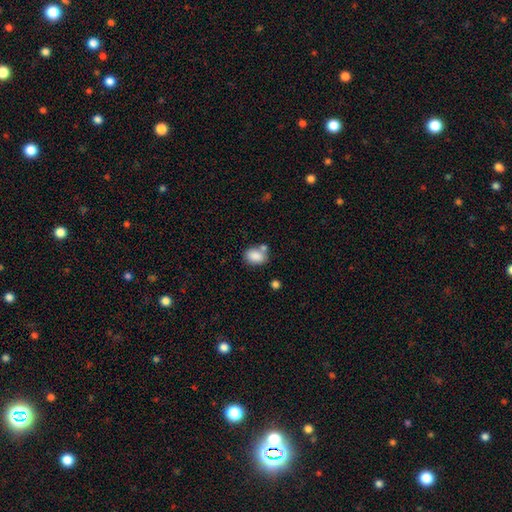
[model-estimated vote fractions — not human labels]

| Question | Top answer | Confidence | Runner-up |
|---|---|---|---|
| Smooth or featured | smooth | 86% | star or artifact (8%) |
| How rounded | in between | 73% | round (26%) |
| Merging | none | 60% | merger (22%) |